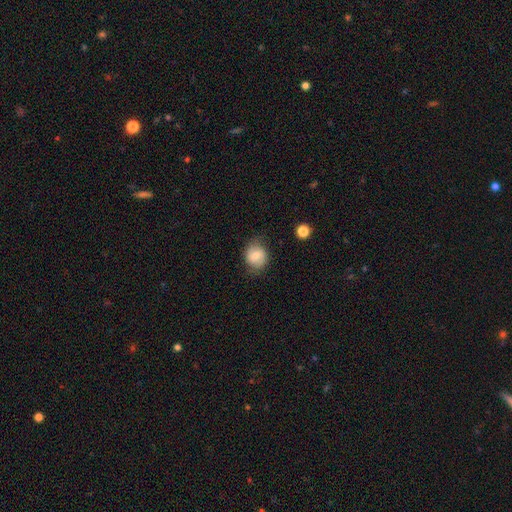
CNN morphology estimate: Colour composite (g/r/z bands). It shows a smooth galaxy with no disk features (72%) that is round (67%). Merging: none (70%).